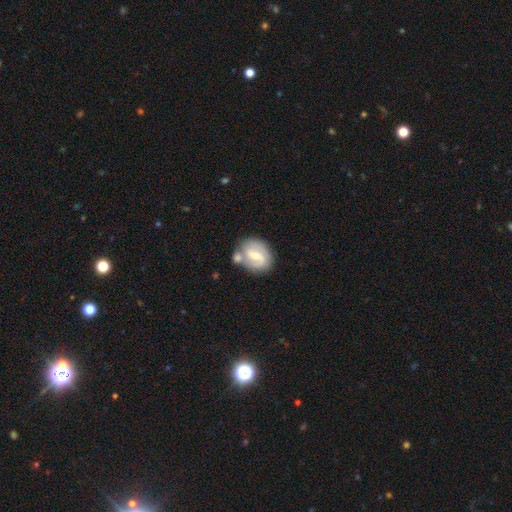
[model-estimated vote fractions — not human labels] This appears to be a featured or disk galaxy (71%) with a weak bar (53%), 2 (80%) medium (47%) spiral arms (87%) and a moderate central bulge (51%). Merging: none (49%).